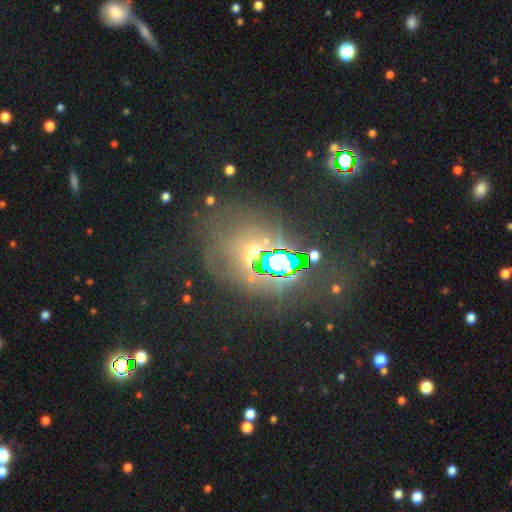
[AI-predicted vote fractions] Smooth or featured: star or artifact — 54% (smooth — 28%)